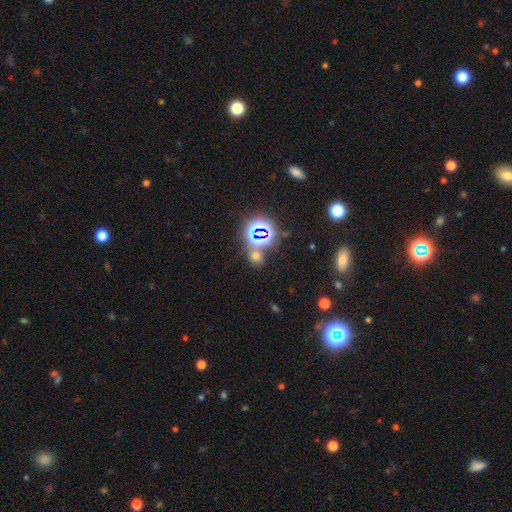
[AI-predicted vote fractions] Q: Smooth or featured?
A: smooth (47%); runner-up: star or artifact (46%)
Q: Merging?
A: none (69%); runner-up: merger (16%)